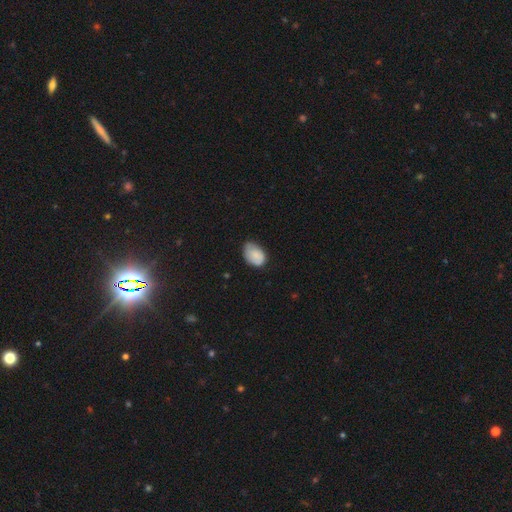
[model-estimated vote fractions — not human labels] smooth_or_featured: smooth (p=0.80) [alt: featured or disk p=0.13]
how_rounded: in between (p=0.83) [alt: round p=0.16]
merging: none (p=0.55) [alt: minor disturbance p=0.37]